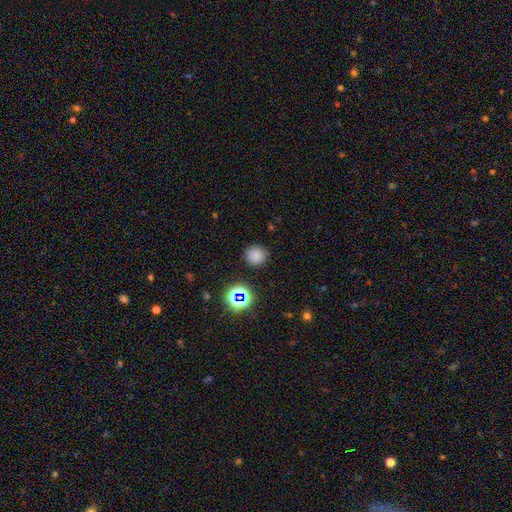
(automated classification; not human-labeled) smooth-or-featured: smooth: 76% | star or artifact: 19% | featured or disk: 6%
  how-rounded: round: 92% | in between: 7% | cigar-shaped: 1%
  merging: none: 88% | minor disturbance: 8% | major disturbance: 3% | merger: 2%